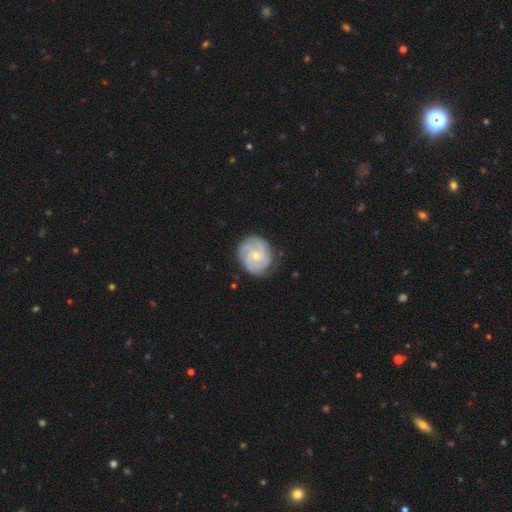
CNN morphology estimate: Smooth or featured? Predicted: featured or disk (p=0.82). Edge-on disk? Predicted: no (p=0.98). Bar? Predicted: no (p=0.69). Spiral arms? Predicted: yes (p=0.96). Spiral winding? Predicted: tight (p=0.67). Spiral arm count? Predicted: 3 (p=0.38). Bulge size? Predicted: small (p=0.58). Merging? Predicted: none (p=0.79).